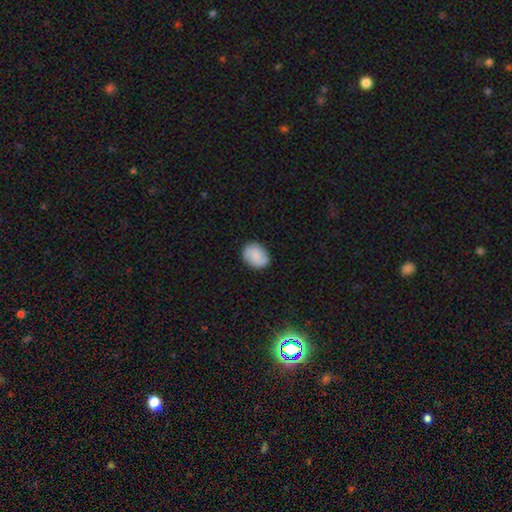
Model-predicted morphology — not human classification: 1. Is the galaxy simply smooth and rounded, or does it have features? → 73% smooth, 19% featured or disk, 8% star or artifact.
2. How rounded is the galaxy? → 58% in between, 41% round, 1% cigar-shaped.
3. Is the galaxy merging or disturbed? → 83% none, 13% minor disturbance, 3% major disturbance, 1% merger.